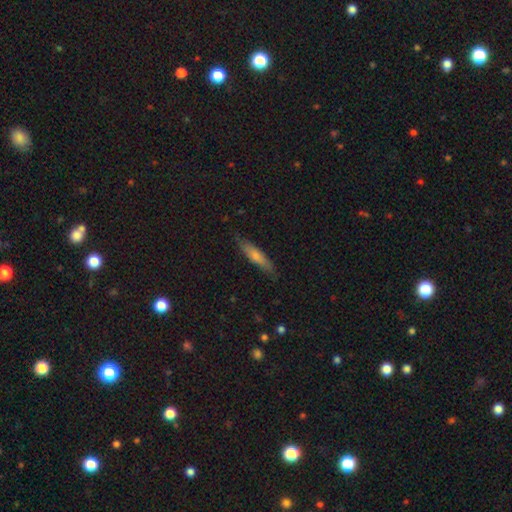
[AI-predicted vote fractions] The model was most divided on "smooth or featured": smooth: 68%, featured or disk: 26%, star or artifact: 6%. More confident: merging — none (81%); how rounded — cigar-shaped (79%).